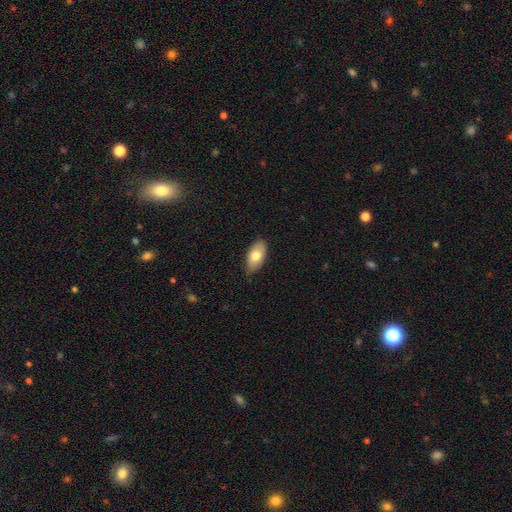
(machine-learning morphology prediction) Smooth or featured? Predicted: smooth (p=0.76). How rounded? Predicted: in between (p=0.94). Merging? Predicted: none (p=0.85).